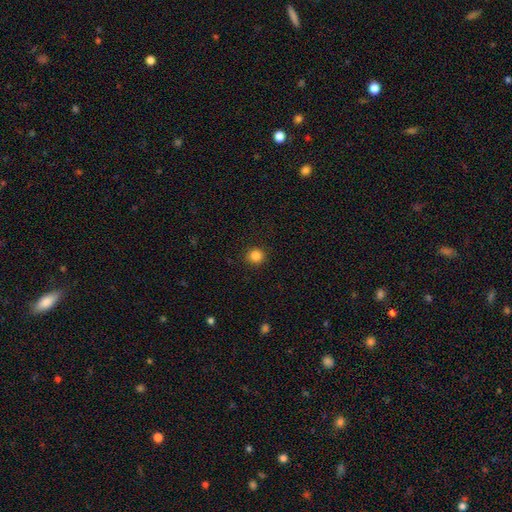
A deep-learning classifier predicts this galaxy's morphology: This is clearly a smooth galaxy (85%). How rounded: clearly round (91%). Merging: clearly none (91%).